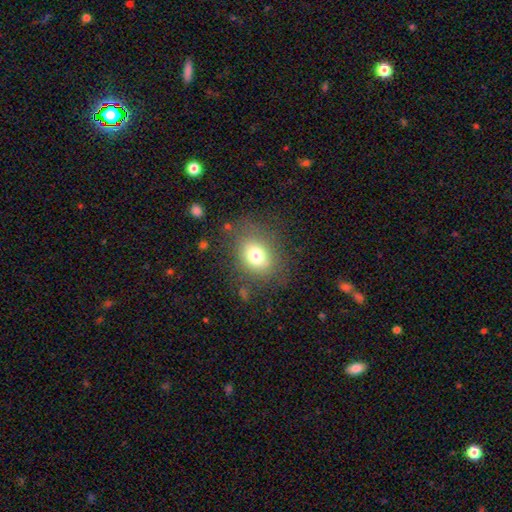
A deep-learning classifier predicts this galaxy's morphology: Smooth or featured? smooth (75%)
How rounded? in between (50%)
Merging? none (76%)